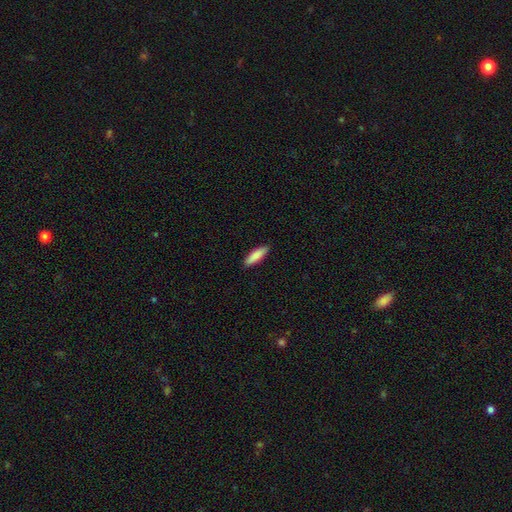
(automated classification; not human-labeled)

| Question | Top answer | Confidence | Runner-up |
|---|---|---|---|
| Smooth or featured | smooth | 85% | featured or disk (10%) |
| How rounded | cigar-shaped | 57% | in between (41%) |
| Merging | none | 89% | minor disturbance (9%) |